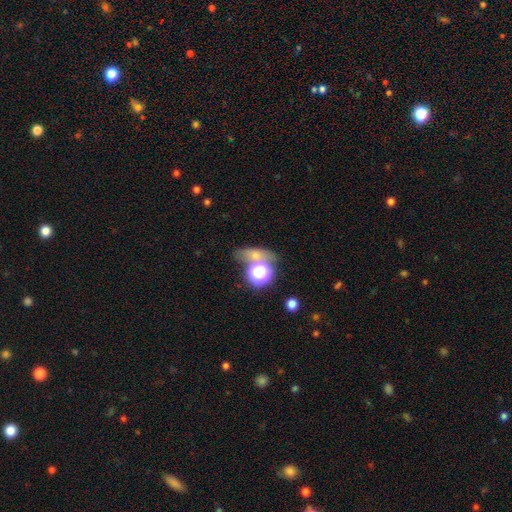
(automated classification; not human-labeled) A star or artifact, not a galaxy (43%).